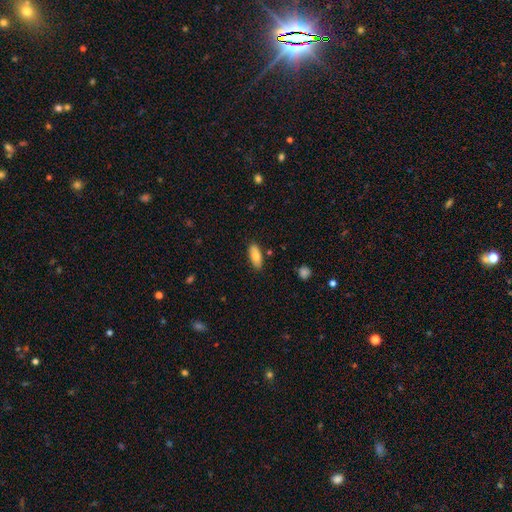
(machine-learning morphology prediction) Smooth or featured? Predicted: smooth (p=0.79). How rounded? Predicted: in between (p=0.81). Merging? Predicted: none (p=0.85).